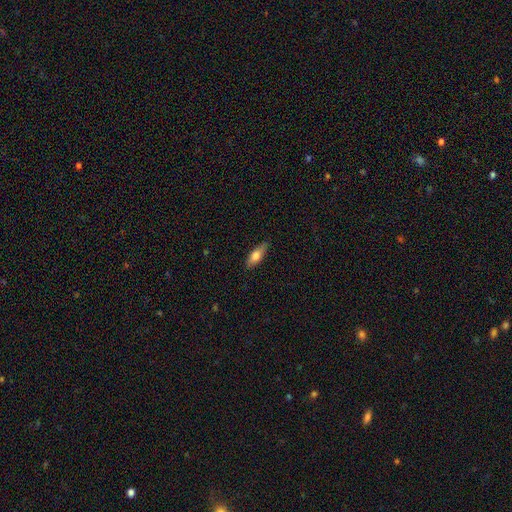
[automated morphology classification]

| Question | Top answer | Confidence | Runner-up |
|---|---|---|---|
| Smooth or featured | smooth | 70% | featured or disk (24%) |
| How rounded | in between | 61% | cigar-shaped (36%) |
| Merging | none | 82% | minor disturbance (15%) |